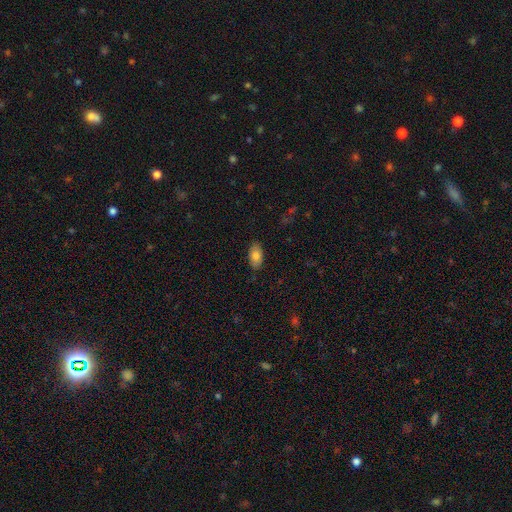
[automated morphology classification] type=smooth (81%); roundness=in between (93%); merging=none (84%).